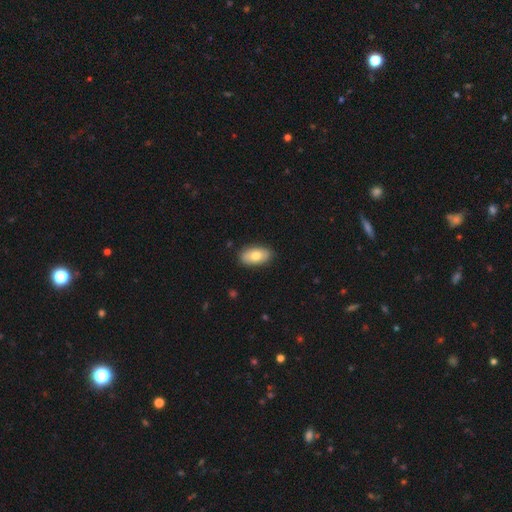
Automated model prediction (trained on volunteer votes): Smooth or featured? Predicted: smooth (p=0.73). How rounded? Predicted: in between (p=0.93). Merging? Predicted: none (p=0.86).